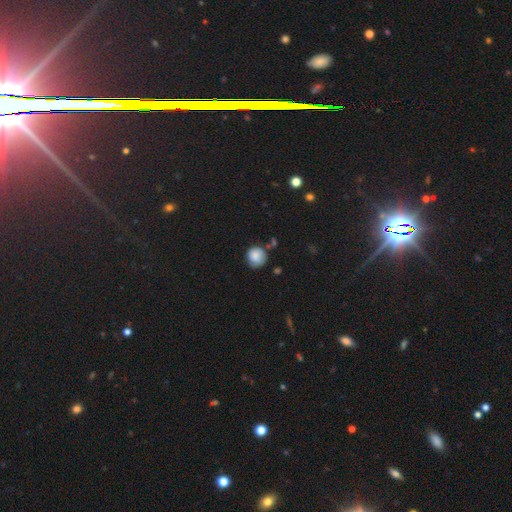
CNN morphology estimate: Overall: smooth (82%). How rounded: round (89%). Merging: none (66%).